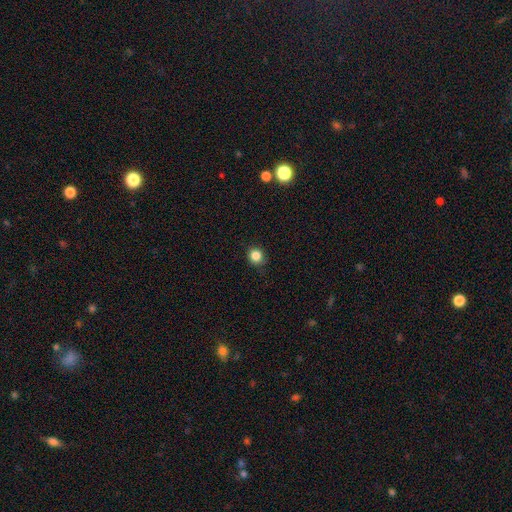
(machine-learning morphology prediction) smooth 84%, star or artifact 12%, featured or disk 4%. Down the decision tree: how rounded — round (88%); merging — none (86%).